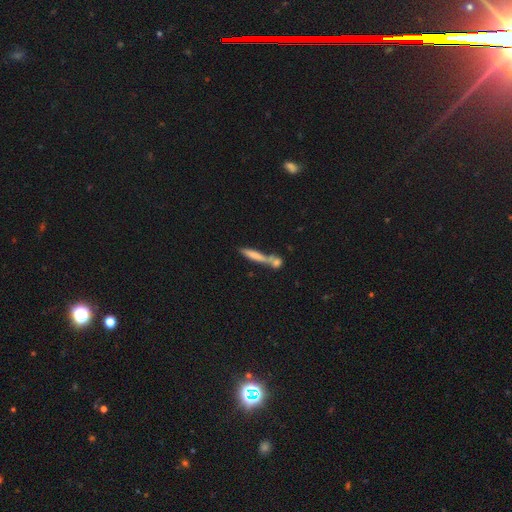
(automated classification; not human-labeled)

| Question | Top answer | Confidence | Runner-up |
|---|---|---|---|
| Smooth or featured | smooth | 67% | featured or disk (25%) |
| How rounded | cigar-shaped | 87% | in between (11%) |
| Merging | none | 45% | merger (37%) |